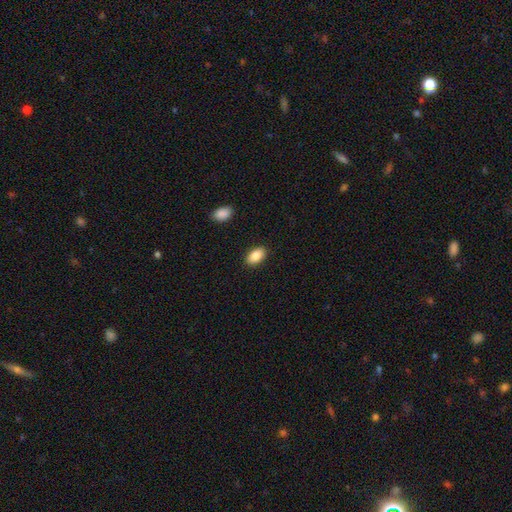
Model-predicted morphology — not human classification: Q: Smooth or featured?
A: smooth (87%); runner-up: star or artifact (7%)
Q: How rounded?
A: in between (93%); runner-up: round (5%)
Q: Merging?
A: none (89%); runner-up: minor disturbance (8%)